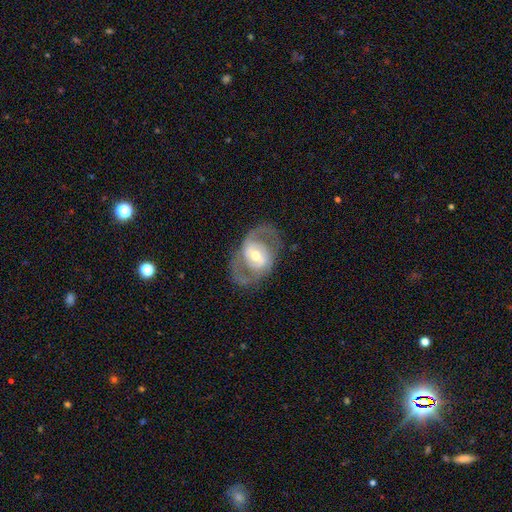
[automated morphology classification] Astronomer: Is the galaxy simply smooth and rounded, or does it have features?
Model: featured or disk — 77%.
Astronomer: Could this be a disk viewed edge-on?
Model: no — 94%.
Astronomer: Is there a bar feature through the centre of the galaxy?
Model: no — 41% (runner-up: weak, 37%).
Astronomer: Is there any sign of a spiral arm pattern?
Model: yes — 67%.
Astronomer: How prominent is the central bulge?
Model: moderate — 65%.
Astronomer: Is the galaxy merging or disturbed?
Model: none — 71%.